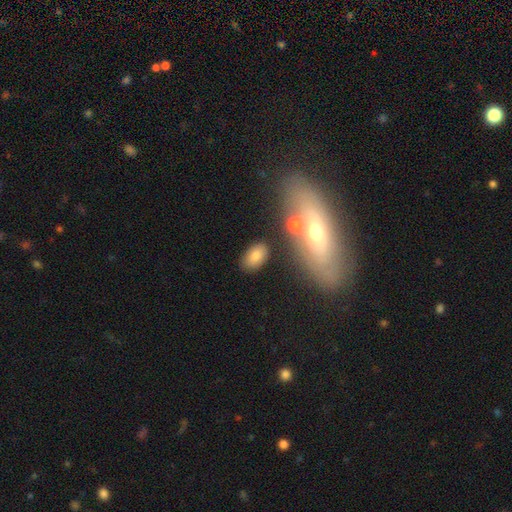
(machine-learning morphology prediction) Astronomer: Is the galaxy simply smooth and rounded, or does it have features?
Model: smooth — 80%.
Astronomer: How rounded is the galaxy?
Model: in between — 90%.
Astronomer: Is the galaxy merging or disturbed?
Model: none — 81%.